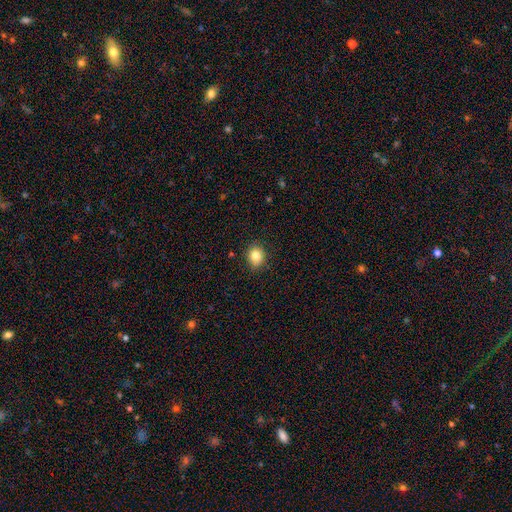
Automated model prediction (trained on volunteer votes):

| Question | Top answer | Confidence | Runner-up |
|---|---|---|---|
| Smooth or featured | smooth | 83% | star or artifact (10%) |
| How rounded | round | 67% | in between (32%) |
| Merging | none | 87% | minor disturbance (9%) |